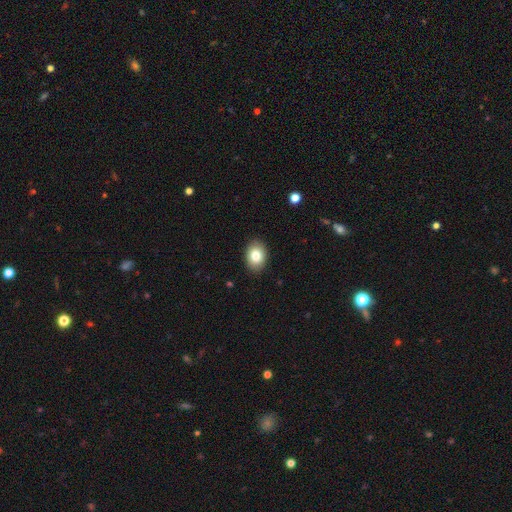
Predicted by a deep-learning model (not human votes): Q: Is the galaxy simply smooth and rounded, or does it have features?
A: smooth — 83%.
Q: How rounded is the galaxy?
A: in between — 76%.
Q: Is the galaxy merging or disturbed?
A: none — 89%.